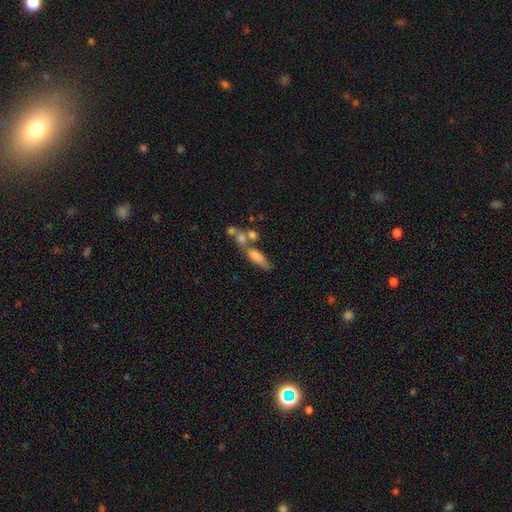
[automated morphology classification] This is possibly a smooth galaxy (56%). How rounded: possibly in between (47%, tied with cigar-shaped). Merging: marginally merger (44%).